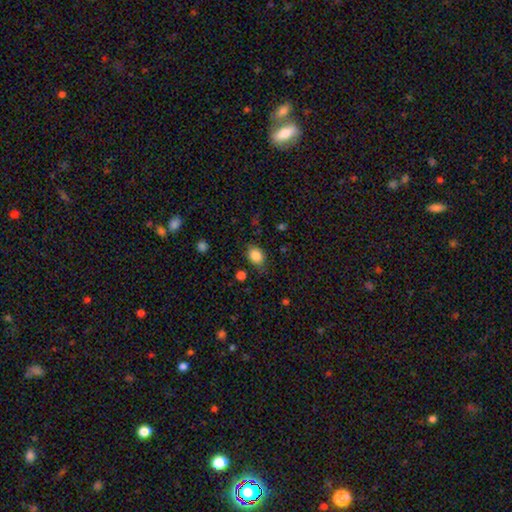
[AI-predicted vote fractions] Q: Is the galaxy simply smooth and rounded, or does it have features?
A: smooth — 85%.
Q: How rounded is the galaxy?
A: in between — 69%.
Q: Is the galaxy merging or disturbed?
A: none — 74%.